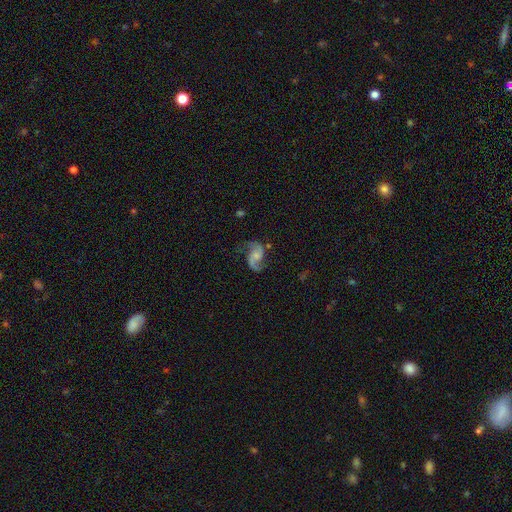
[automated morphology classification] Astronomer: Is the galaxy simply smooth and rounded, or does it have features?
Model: featured or disk — 87%.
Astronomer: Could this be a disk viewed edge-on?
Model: no — 98%.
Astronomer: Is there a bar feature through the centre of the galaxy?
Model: no — 61%.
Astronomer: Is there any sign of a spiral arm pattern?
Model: yes — 97%.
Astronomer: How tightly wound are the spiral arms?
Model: loose — 47% (runner-up: medium, 44%).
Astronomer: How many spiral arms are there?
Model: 2 — 92%.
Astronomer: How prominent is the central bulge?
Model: small — 46% (runner-up: moderate, 30%).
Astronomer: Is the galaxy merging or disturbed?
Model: none — 70%.